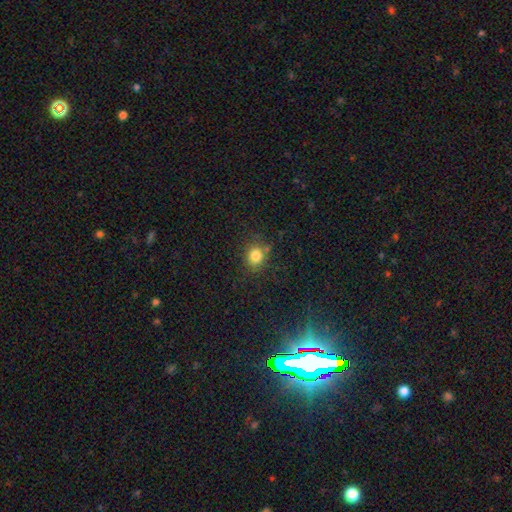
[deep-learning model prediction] smooth-or-featured: smooth: 81% | star or artifact: 13% | featured or disk: 6%
  how-rounded: round: 72% | in between: 27% | cigar-shaped: 1%
  merging: none: 79% | minor disturbance: 13% | merger: 4% | major disturbance: 4%